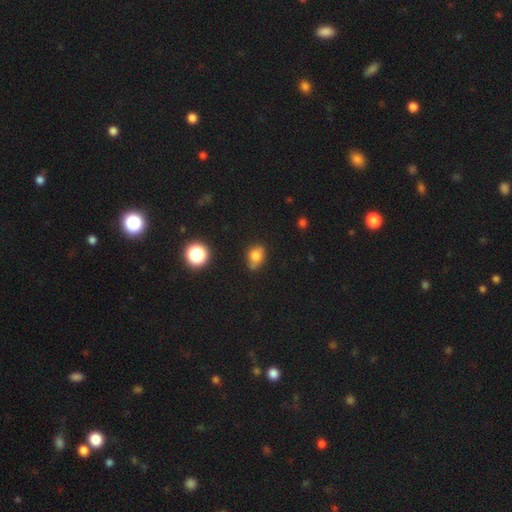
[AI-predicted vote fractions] Smooth or featured?
  - smooth: 76% *
  - star or artifact: 13%
  - featured or disk: 12%
How rounded?
  - in between: 62% *
  - round: 37%
  - cigar-shaped: 2%
Merging?
  - none: 57% *
  - minor disturbance: 30%
  - merger: 7%
  - major disturbance: 7%